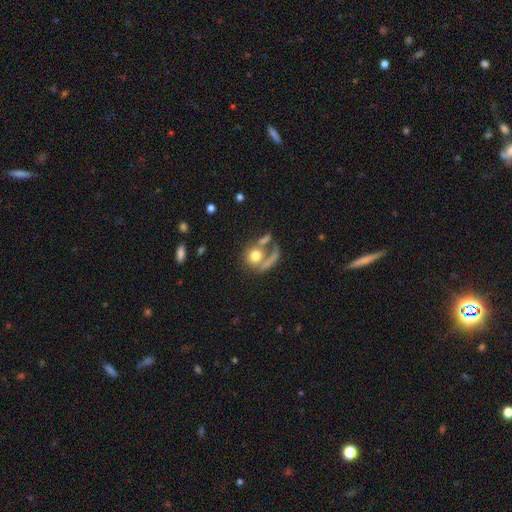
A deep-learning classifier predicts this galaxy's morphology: A smooth galaxy with no disk features (67%) that is round (76%). Merging: none (36%).